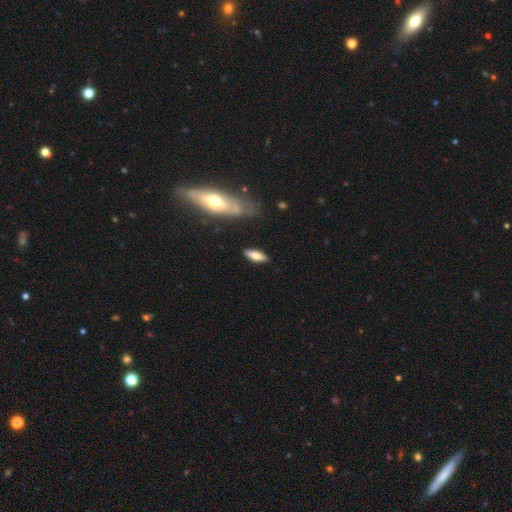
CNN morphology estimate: smooth 66%, featured or disk 27%, star or artifact 7%. Down the decision tree: how rounded — in between (59%); merging — none (82%).